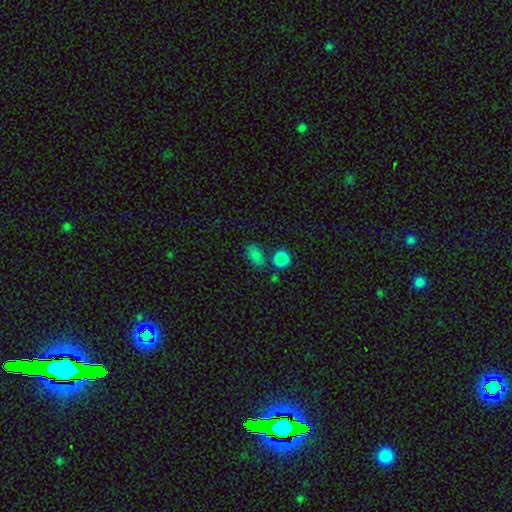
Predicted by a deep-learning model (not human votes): Smooth or featured: smooth — 82% (star or artifact — 13%)
How rounded: in between — 81% (round — 14%)
Merging: none — 68% (minor disturbance — 15%)